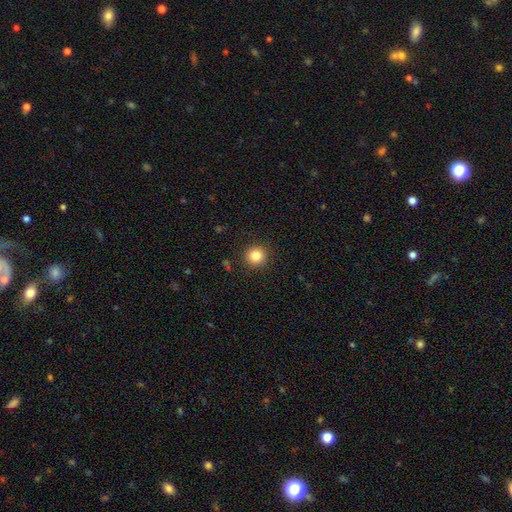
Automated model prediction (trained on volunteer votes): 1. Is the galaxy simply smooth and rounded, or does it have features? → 84% smooth, 11% star or artifact, 5% featured or disk.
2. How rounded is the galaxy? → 93% round, 6% in between, 1% cigar-shaped.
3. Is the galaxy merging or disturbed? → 91% none, 6% minor disturbance, 2% major disturbance, 1% merger.